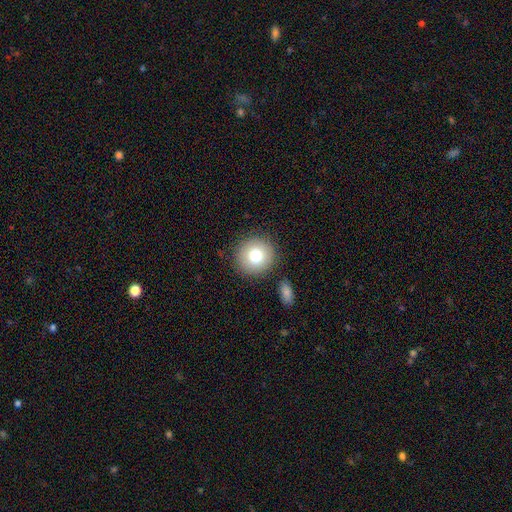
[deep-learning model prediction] Overall: smooth (77%). How rounded: round (92%). Merging: none (86%).